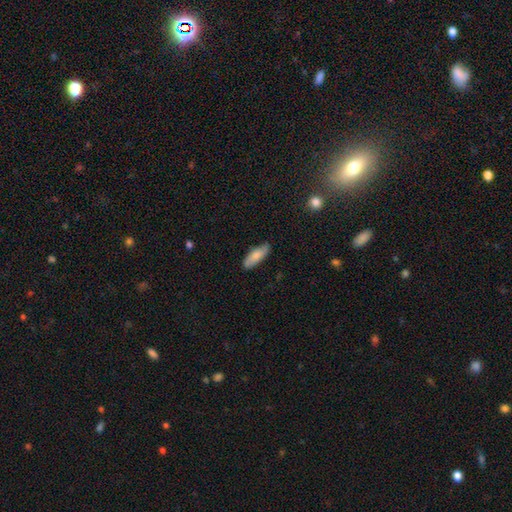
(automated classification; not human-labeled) Q: Smooth or featured?
A: smooth (79%); runner-up: featured or disk (15%)
Q: How rounded?
A: in between (62%); runner-up: cigar-shaped (37%)
Q: Merging?
A: none (82%); runner-up: minor disturbance (14%)